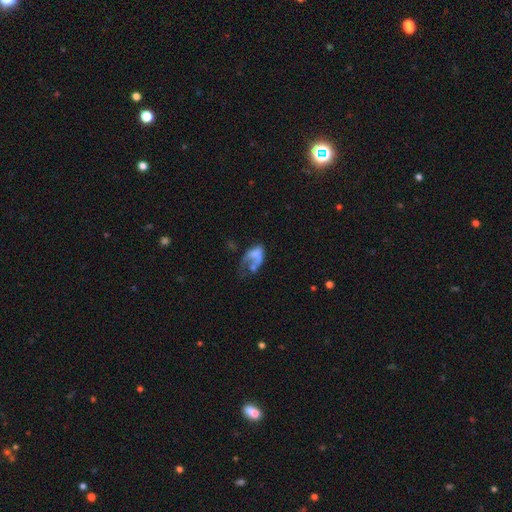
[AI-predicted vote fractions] Overall: featured or disk (47%; smooth 42%). Merging: major disturbance (49%; merger 18%).